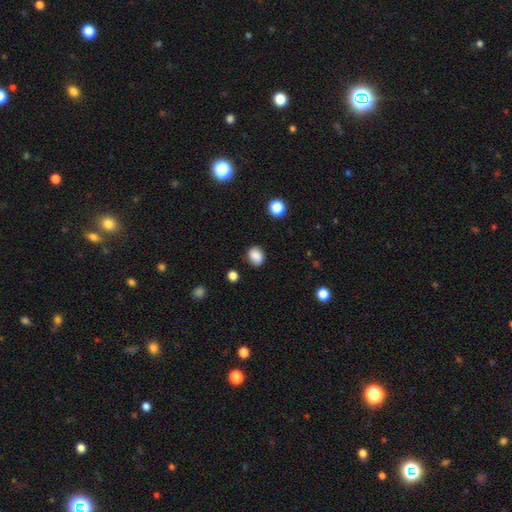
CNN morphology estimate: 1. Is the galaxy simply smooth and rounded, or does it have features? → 85% smooth, 10% star or artifact, 5% featured or disk.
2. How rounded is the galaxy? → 61% round, 38% in between, 1% cigar-shaped.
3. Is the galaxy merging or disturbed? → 83% none, 12% minor disturbance, 3% major disturbance, 2% merger.